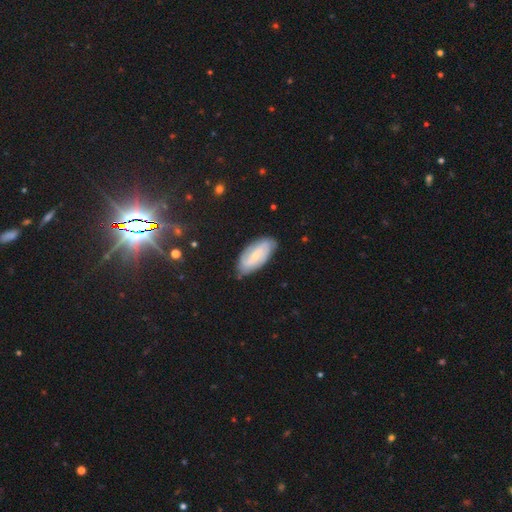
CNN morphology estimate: featured or disk 63%, smooth 30%, star or artifact 7%. Down the decision tree: edge-on disk — no (92%); bar — no (52%); spiral arms — yes (88%); spiral arm count — 2 (41%); spiral winding — tight (49%); bulge size — small (71%); merging — none (78%).